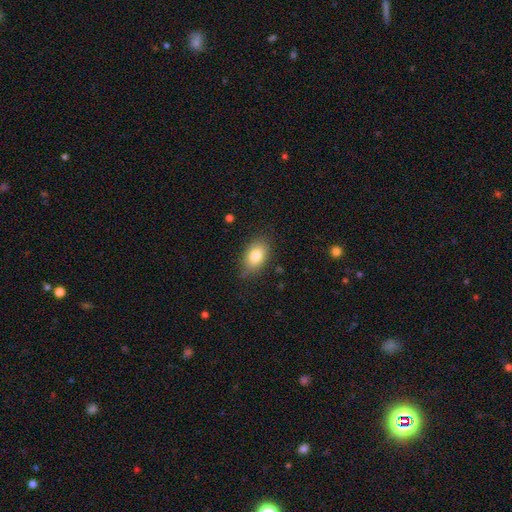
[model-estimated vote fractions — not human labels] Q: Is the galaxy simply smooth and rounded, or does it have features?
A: smooth — 81%.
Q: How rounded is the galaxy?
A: in between — 86%.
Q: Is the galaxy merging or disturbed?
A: none — 79%.